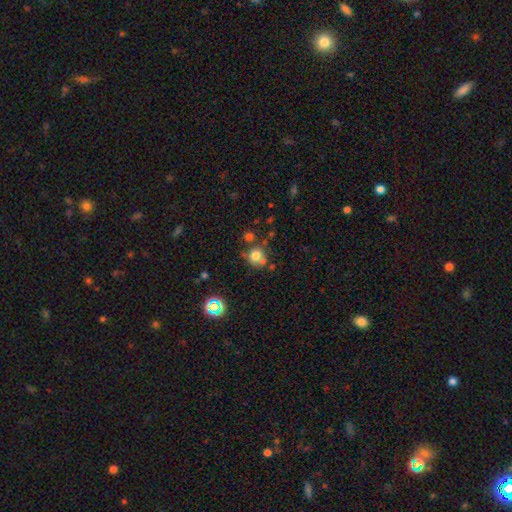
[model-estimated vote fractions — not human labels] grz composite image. It shows a smooth galaxy with no disk features (73%) that is round (84%). Merging: none (57%).